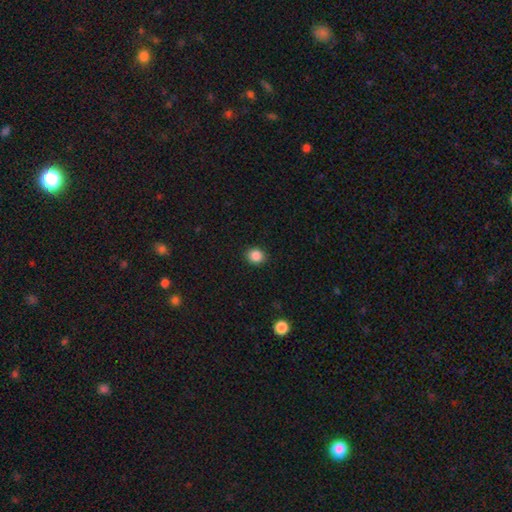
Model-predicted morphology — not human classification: A smooth galaxy with no disk features (87%) that is round (77%). Merging: none (91%).